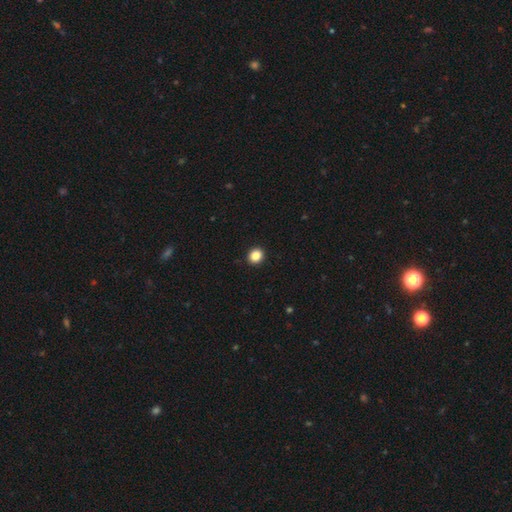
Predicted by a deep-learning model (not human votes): This is clearly a smooth galaxy (86%). How rounded: likely round (80%). Merging: clearly none (93%).